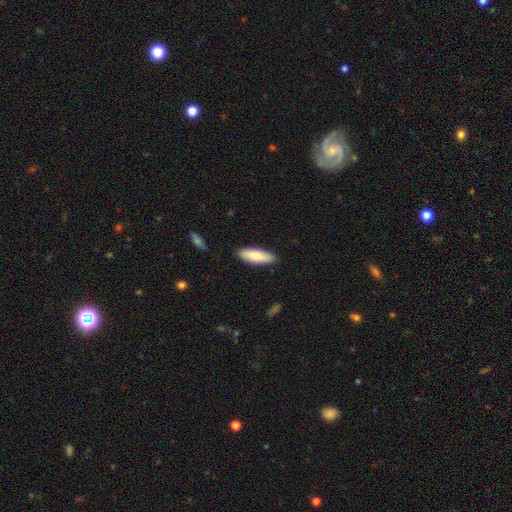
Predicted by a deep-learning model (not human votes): A smooth galaxy with no disk features (78%) that is in between round and cigar-shaped (63%).

Vote fractions:
- Smooth or featured? smooth: 78% / featured or disk: 17% / star or artifact: 6%
- How rounded? in between: 63% / cigar-shaped: 35% / round: 2%
- Merging? none: 88% / minor disturbance: 9% / major disturbance: 2% / merger: 1%